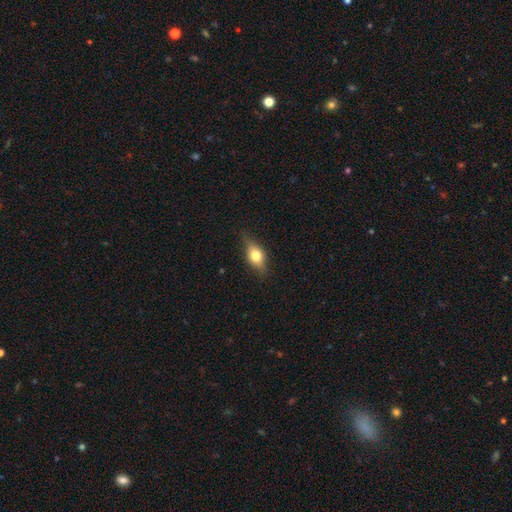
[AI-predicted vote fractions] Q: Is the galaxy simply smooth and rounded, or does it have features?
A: smooth — 59%.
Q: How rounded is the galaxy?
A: in between — 73%.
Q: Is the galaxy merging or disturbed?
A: none — 78%.